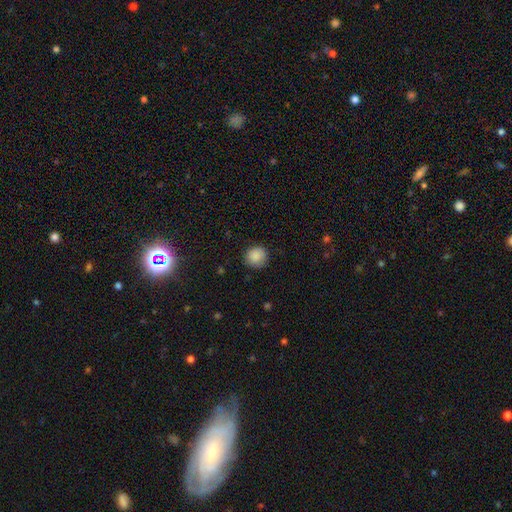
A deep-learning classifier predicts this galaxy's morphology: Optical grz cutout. It shows a smooth galaxy with no disk features (88%) that is round (91%). Merging: none (84%).